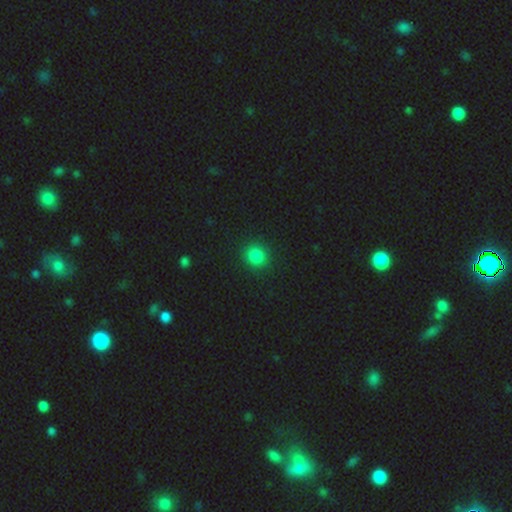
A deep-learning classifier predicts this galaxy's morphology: Smooth or featured? Predicted: smooth (p=0.83). How rounded? Predicted: round (p=0.85). Merging? Predicted: none (p=0.90).